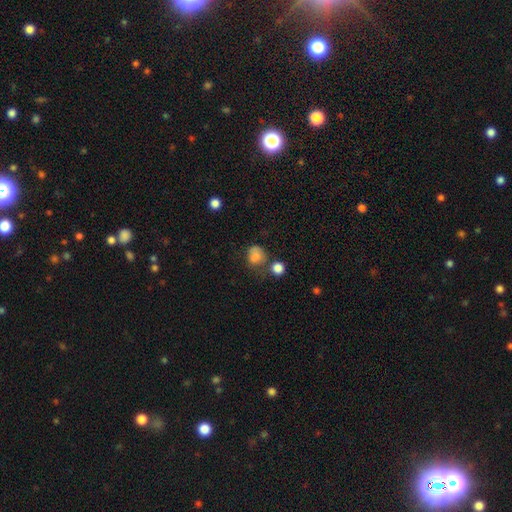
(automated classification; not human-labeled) smooth-or-featured: smooth: 80% | star or artifact: 12% | featured or disk: 8%
  how-rounded: round: 67% | in between: 32% | cigar-shaped: 1%
  merging: none: 48% | minor disturbance: 24% | merger: 15% | major disturbance: 13%